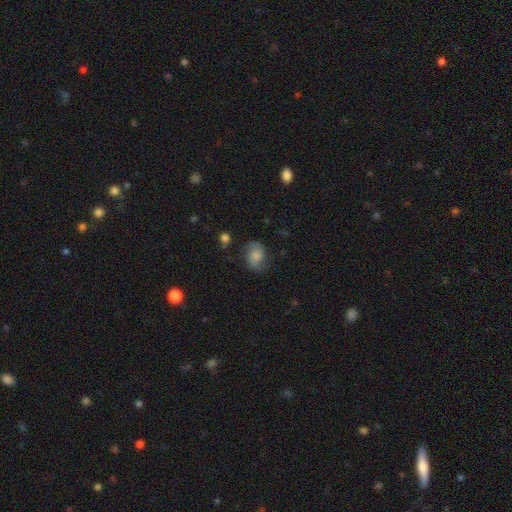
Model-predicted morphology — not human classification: smooth-or-featured: smooth: 50% | featured or disk: 40% | star or artifact: 10%
  how-rounded: in between: 51% | round: 48% | cigar-shaped: 1%
  merging: none: 67% | minor disturbance: 22% | major disturbance: 9% | merger: 2%